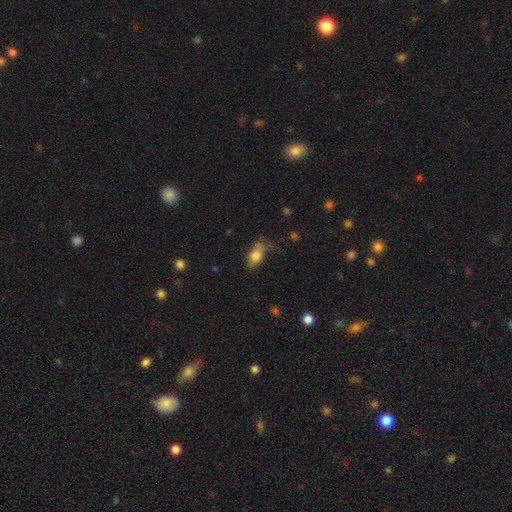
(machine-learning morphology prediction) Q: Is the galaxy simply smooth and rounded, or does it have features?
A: smooth — 76%.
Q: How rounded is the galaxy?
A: in between — 85%.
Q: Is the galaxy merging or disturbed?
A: none — 47%.